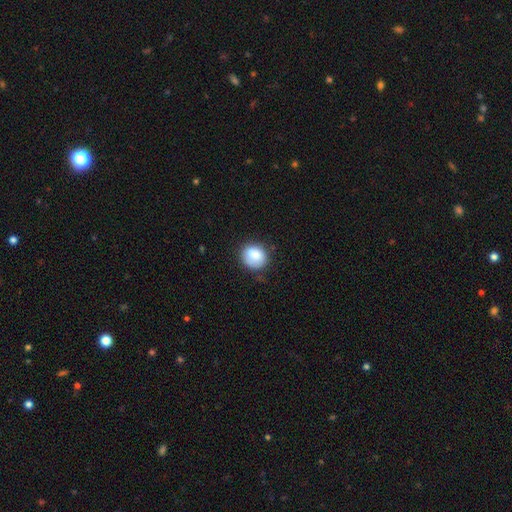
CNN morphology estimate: The model was most divided on "how rounded": round: 75%, in between: 25%, cigar-shaped: 1%. More confident: smooth or featured — smooth (85%); merging — none (73%).